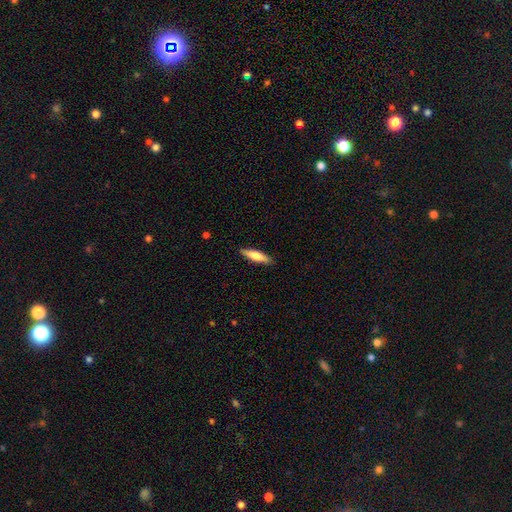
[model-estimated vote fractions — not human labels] This appears to be a smooth galaxy with no disk features (70%) that is cigar-shaped (71%). Merging: none (88%).